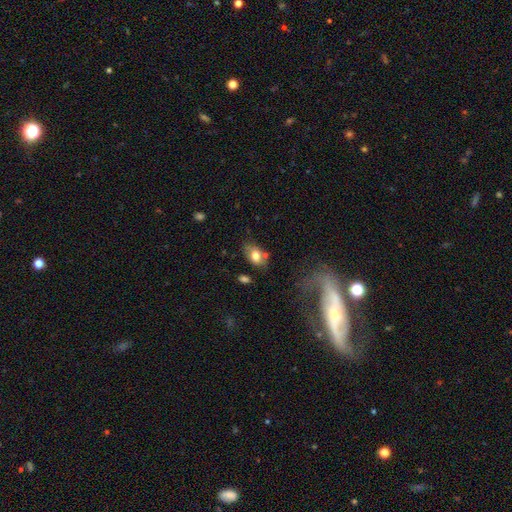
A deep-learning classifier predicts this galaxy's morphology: smooth_or_featured: smooth (p=0.75) [alt: featured or disk p=0.16]
how_rounded: in between (p=0.87) [alt: round p=0.11]
merging: none (p=0.66) [alt: minor disturbance p=0.19]